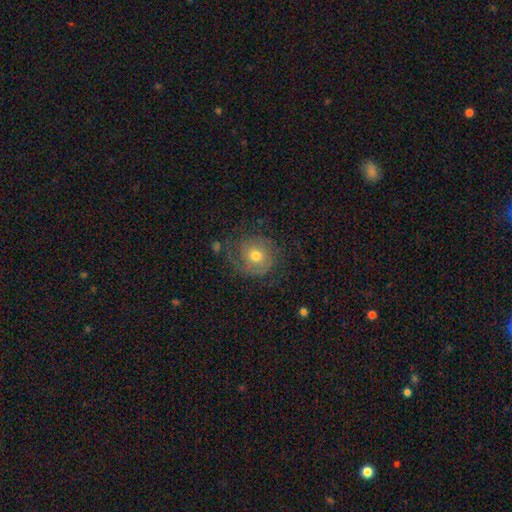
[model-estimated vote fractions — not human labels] A smooth galaxy with no disk features (46%). Merging: none (62%).